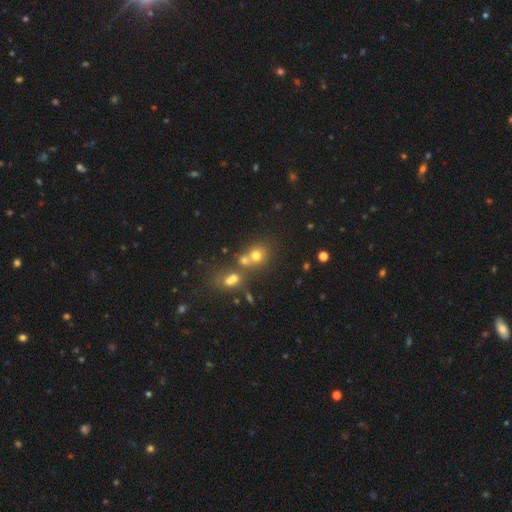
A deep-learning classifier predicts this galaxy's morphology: smooth_or_featured: smooth (p=0.63) [alt: star or artifact p=0.22]
how_rounded: round (p=0.75) [alt: in between p=0.24]
merging: none (p=0.44) [alt: merger p=0.43]